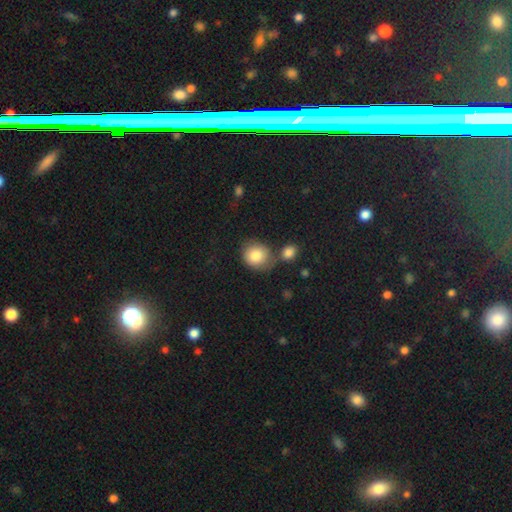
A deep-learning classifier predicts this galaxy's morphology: Smooth or featured: smooth — 83% (featured or disk — 9%)
How rounded: round — 80% (in between — 19%)
Merging: none — 56% (merger — 22%)